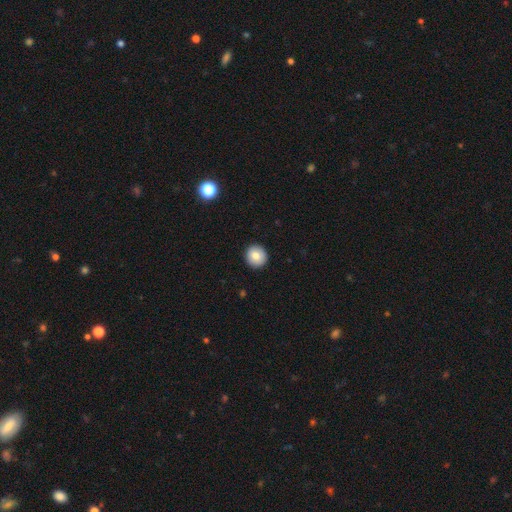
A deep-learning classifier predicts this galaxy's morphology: smooth 80%, featured or disk 12%, star or artifact 8%. Down the decision tree: how rounded — round (93%); merging — none (92%).